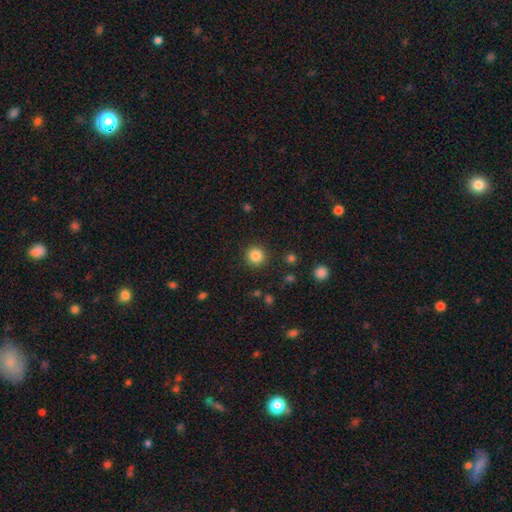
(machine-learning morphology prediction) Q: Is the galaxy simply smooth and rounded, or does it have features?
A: smooth — 85%.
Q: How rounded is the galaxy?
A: round — 94%.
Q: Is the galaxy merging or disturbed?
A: none — 91%.